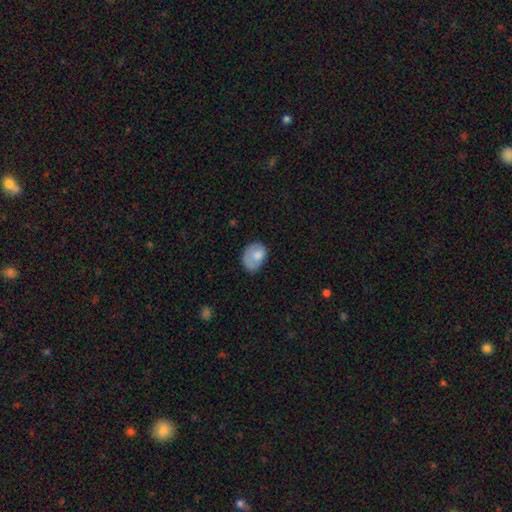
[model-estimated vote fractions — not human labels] Morphology: type=smooth (74%); roundness=in between (73%); merging=none (38%).